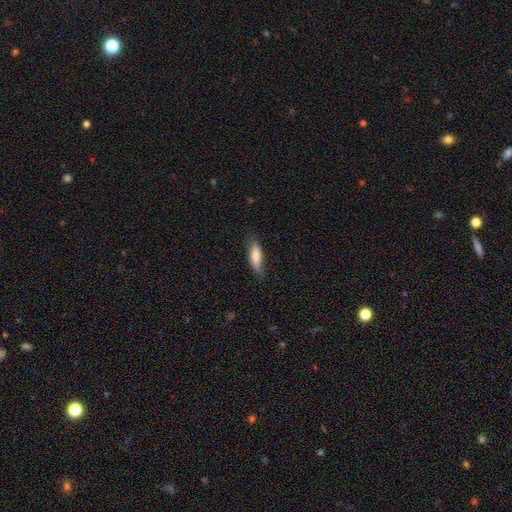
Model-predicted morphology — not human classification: A smooth galaxy with no disk features (75%) that is cigar-shaped (57%).

Vote fractions:
- Smooth or featured? smooth: 75% / featured or disk: 19% / star or artifact: 6%
- How rounded? cigar-shaped: 57% / in between: 41% / round: 2%
- Merging? none: 76% / minor disturbance: 19% / major disturbance: 4% / merger: 1%